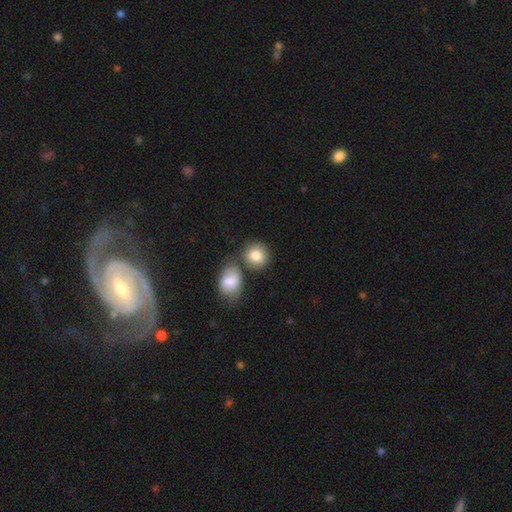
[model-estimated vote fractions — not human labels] This is clearly a smooth galaxy (84%). How rounded: likely round (73%). Merging: likely none (61%).